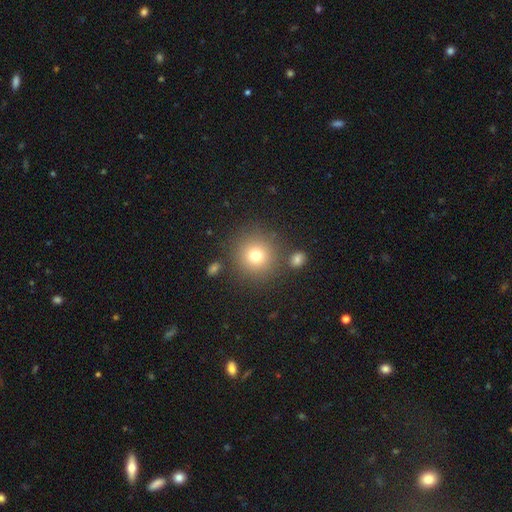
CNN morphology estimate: Smooth or featured: smooth — 75% (star or artifact — 14%)
How rounded: round — 93% (in between — 6%)
Merging: none — 84% (minor disturbance — 7%)